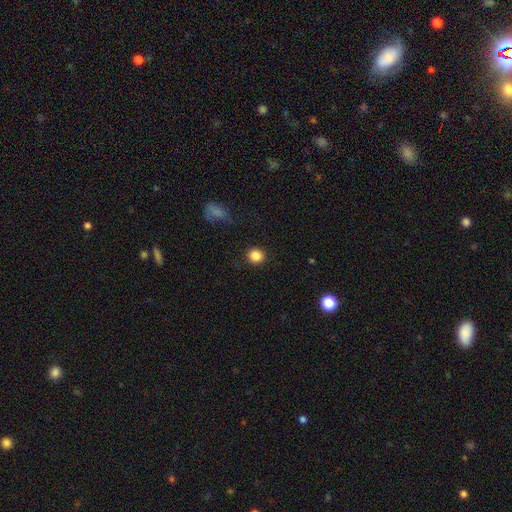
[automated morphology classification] This is clearly a smooth galaxy (86%). How rounded: clearly round (86%). Merging: clearly none (90%).